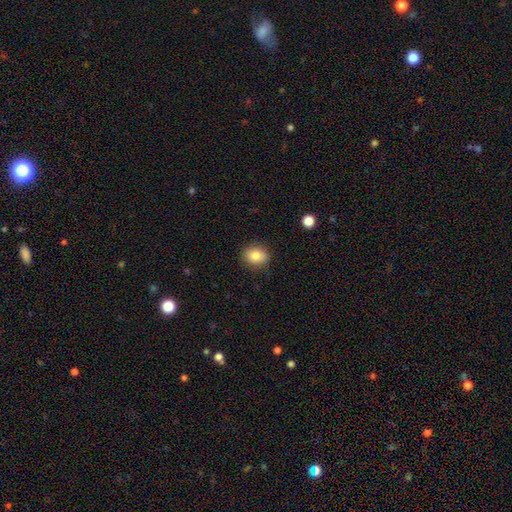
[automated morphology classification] A smooth galaxy with no disk features (83%) that is round (56%). Merging: none (87%).